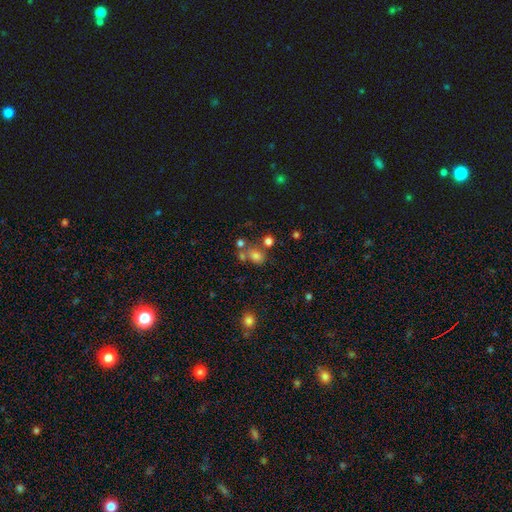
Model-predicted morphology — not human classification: smooth_or_featured: smooth (p=0.71) [alt: star or artifact p=0.18]
how_rounded: round (p=0.56) [alt: in between p=0.42]
merging: none (p=0.55) [alt: merger p=0.26]